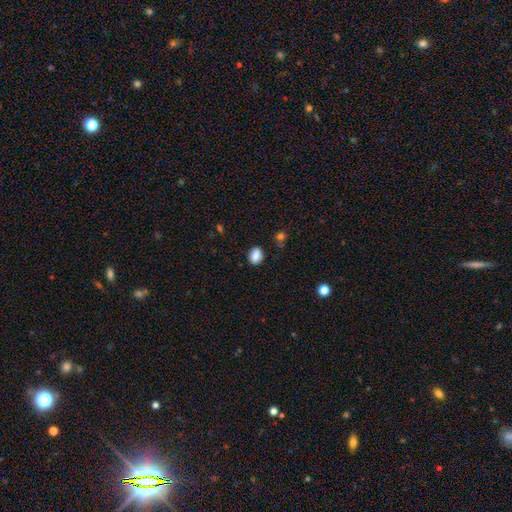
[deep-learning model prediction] Smooth or featured: smooth — 84% (star or artifact — 9%)
How rounded: in between — 60% (round — 38%)
Merging: none — 85% (minor disturbance — 11%)